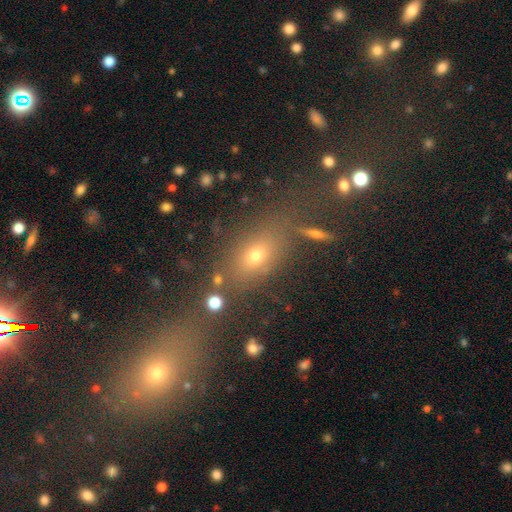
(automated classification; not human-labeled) smooth_or_featured: smooth (p=0.64) [alt: star or artifact p=0.20]
how_rounded: in between (p=0.70) [alt: round p=0.22]
merging: none (p=0.72) [alt: minor disturbance p=0.12]